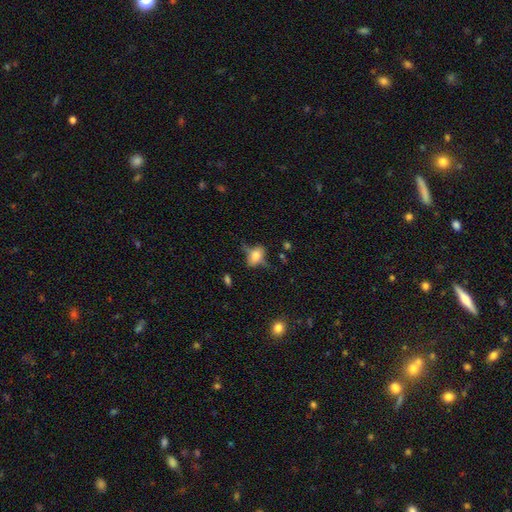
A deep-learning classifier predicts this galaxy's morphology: smooth 56%, featured or disk 32%, star or artifact 12%. Down the decision tree: how rounded — in between (71%); merging — none (53%).